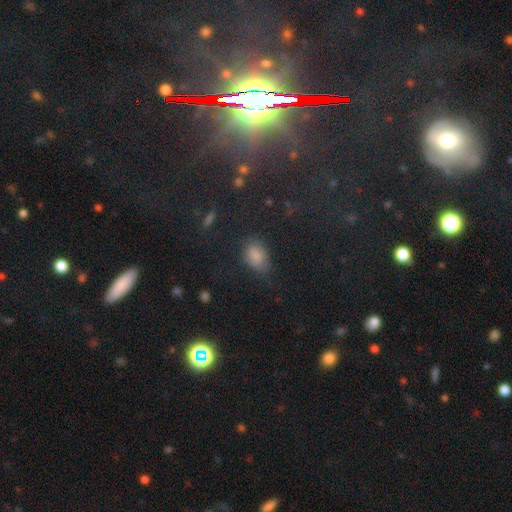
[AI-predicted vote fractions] smooth 77%, star or artifact 14%, featured or disk 8%. Down the decision tree: how rounded — in between (82%); merging — none (61%).